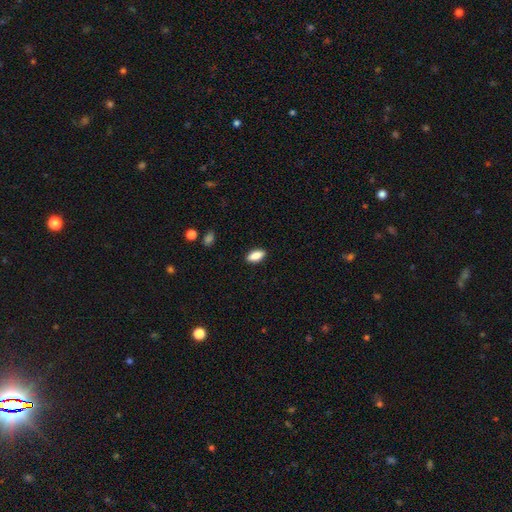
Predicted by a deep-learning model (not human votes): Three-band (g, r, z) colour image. It shows a smooth galaxy with no disk features (86%) that is in between round and cigar-shaped (86%). Merging: none (89%).